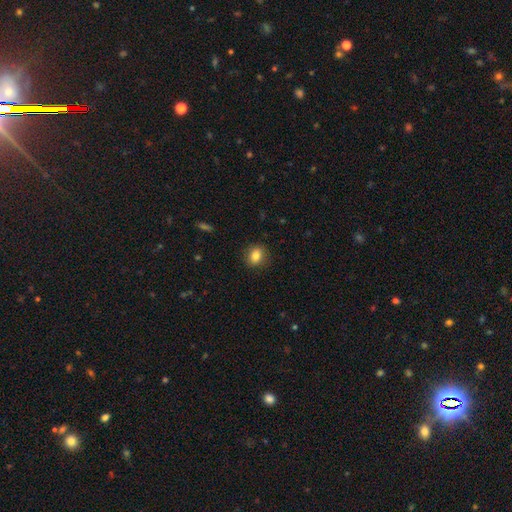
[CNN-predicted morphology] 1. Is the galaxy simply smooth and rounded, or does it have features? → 83% smooth, 9% star or artifact, 8% featured or disk.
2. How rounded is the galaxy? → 61% round, 38% in between, 1% cigar-shaped.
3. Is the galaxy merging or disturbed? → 87% none, 9% minor disturbance, 3% major disturbance, 1% merger.